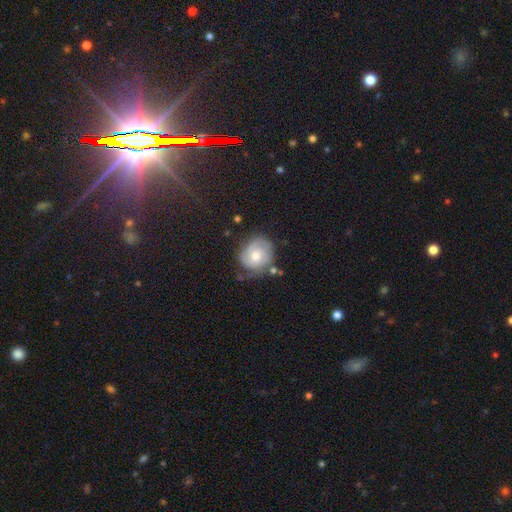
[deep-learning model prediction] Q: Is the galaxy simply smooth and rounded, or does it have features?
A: featured or disk — 60%.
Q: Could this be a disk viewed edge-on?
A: no — 98%.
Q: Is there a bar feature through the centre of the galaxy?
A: no — 74%.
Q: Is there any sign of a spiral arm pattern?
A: yes — 86%.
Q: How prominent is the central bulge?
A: moderate — 69%.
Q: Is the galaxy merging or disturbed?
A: none — 66%.